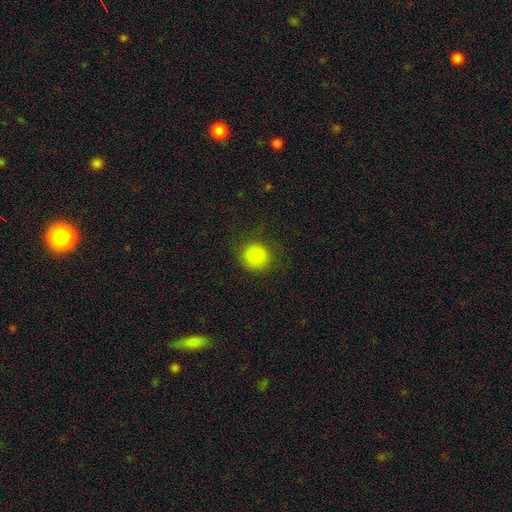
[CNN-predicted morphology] Smooth or featured? Predicted: smooth (p=0.83). How rounded? Predicted: round (p=0.78). Merging? Predicted: none (p=0.72).